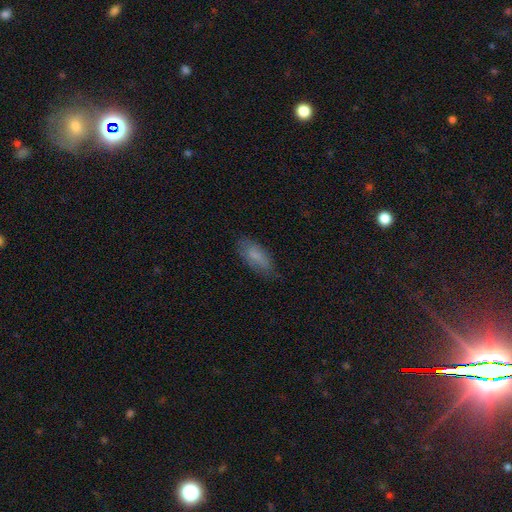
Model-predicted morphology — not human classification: Q: Smooth or featured?
A: smooth (78%); runner-up: featured or disk (15%)
Q: How rounded?
A: in between (81%); runner-up: cigar-shaped (17%)
Q: Merging?
A: none (72%); runner-up: minor disturbance (22%)